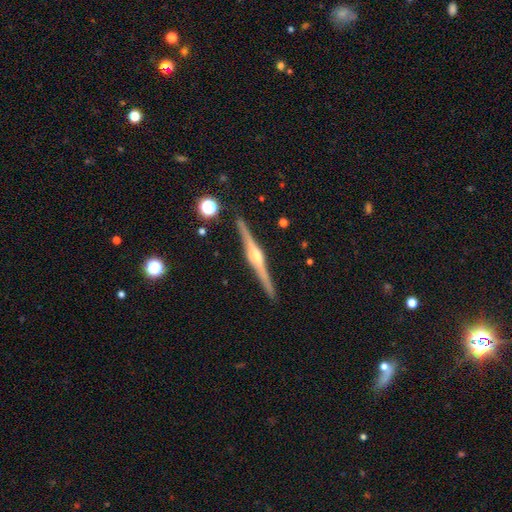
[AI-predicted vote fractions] featured or disk 86%, smooth 9%, star or artifact 5%. Down the decision tree: edge-on disk — yes (99%); edge-on bulge — rounded (86%); merging — none (92%).